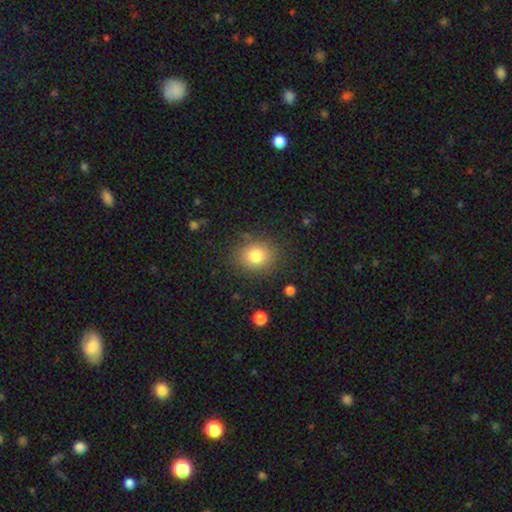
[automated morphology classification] The model was most divided on "how rounded": round: 74%, in between: 25%, cigar-shaped: 1%. More confident: merging — none (84%); smooth or featured — smooth (81%).